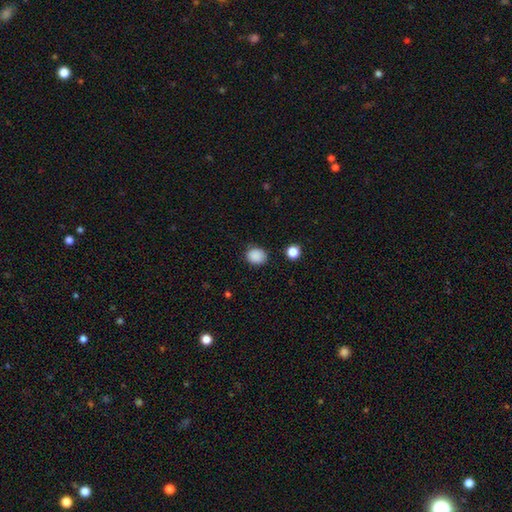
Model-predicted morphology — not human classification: Smooth or featured? smooth (87%)
How rounded? round (68%)
Merging? none (83%)